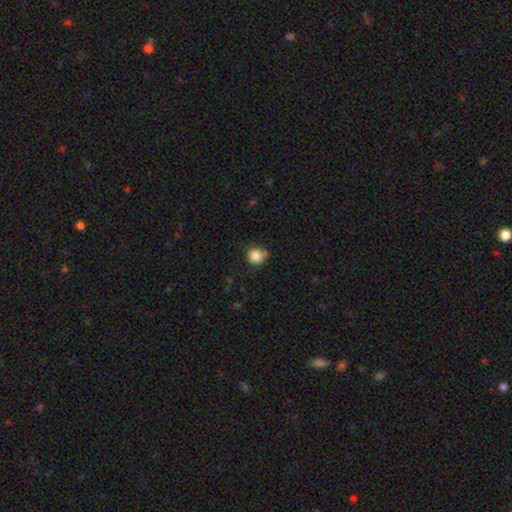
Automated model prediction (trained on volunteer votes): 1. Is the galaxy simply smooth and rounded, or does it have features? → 85% smooth, 10% star or artifact, 5% featured or disk.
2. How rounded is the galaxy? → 87% round, 12% in between, 1% cigar-shaped.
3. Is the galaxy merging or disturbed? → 67% none, 25% minor disturbance, 5% major disturbance, 4% merger.